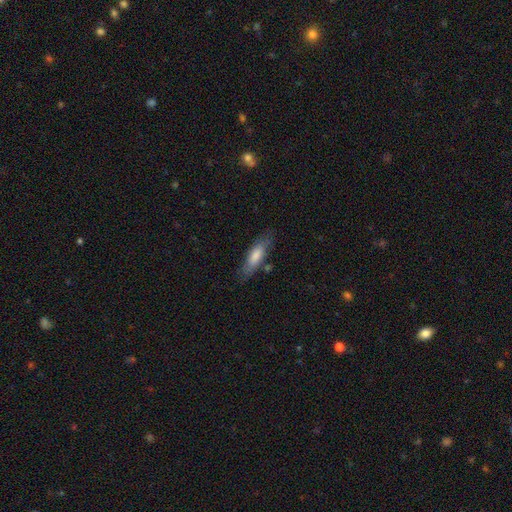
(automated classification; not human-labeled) Smooth or featured? smooth (73%)
How rounded? cigar-shaped (54%)
Merging? none (73%)